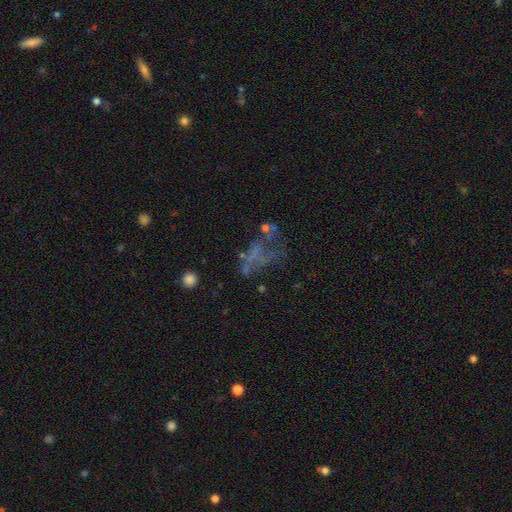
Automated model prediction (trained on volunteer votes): A featured or disk galaxy (48%). Merging: none (37%).